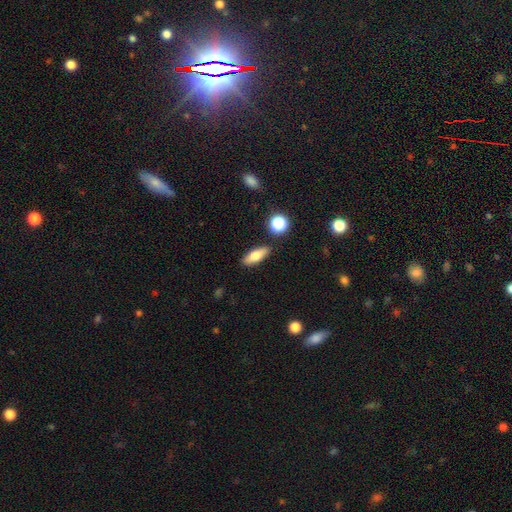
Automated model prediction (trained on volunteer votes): Smooth or featured: smooth — 74% (featured or disk — 18%)
How rounded: in between — 65% (cigar-shaped — 31%)
Merging: none — 85% (minor disturbance — 9%)